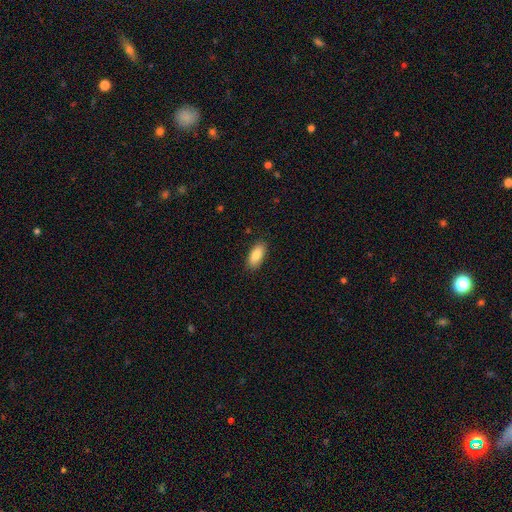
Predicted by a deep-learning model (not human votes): smooth-or-featured: smooth: 87% | featured or disk: 7% | star or artifact: 7%
  how-rounded: in between: 91% | cigar-shaped: 7% | round: 2%
  merging: none: 88% | minor disturbance: 9% | major disturbance: 2% | merger: 1%